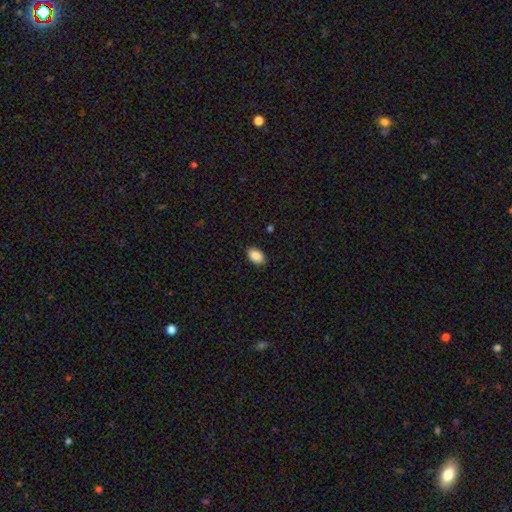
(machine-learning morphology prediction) Smooth or featured: smooth — 88% (star or artifact — 7%)
How rounded: in between — 88% (round — 11%)
Merging: none — 87% (minor disturbance — 10%)